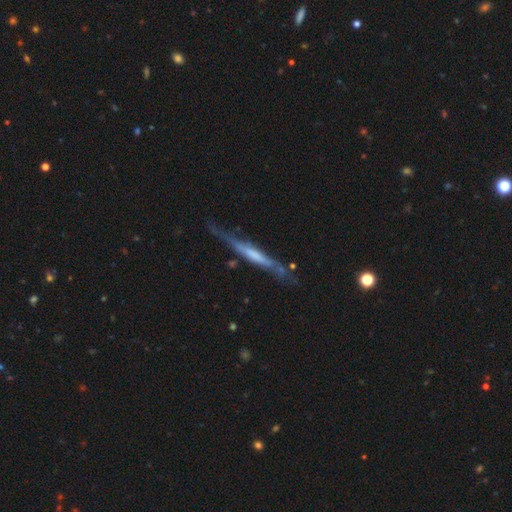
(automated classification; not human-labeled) Smooth or featured? Predicted: featured or disk (p=0.70). Edge-on disk? Predicted: yes (p=0.88). Edge-on bulge? Predicted: none (p=0.50). Merging? Predicted: none (p=0.67).